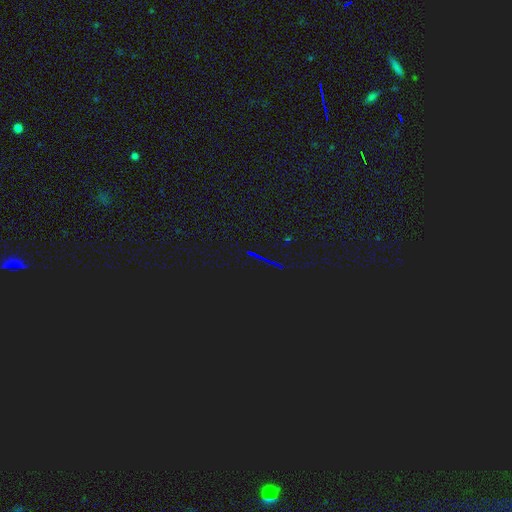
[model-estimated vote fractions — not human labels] Overall: star or artifact (82%).